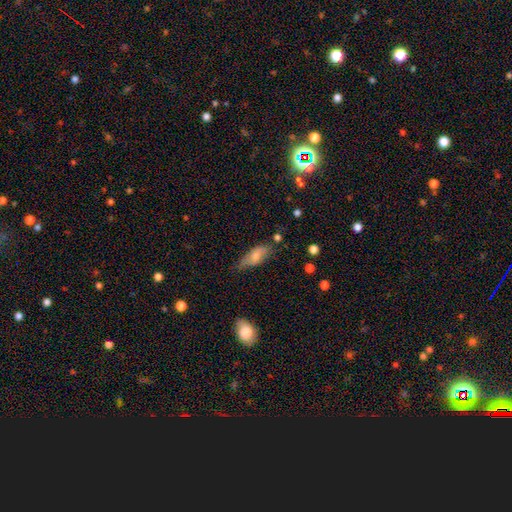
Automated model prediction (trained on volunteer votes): Smooth or featured? smooth (68%)
How rounded? in between (76%)
Merging? none (51%)